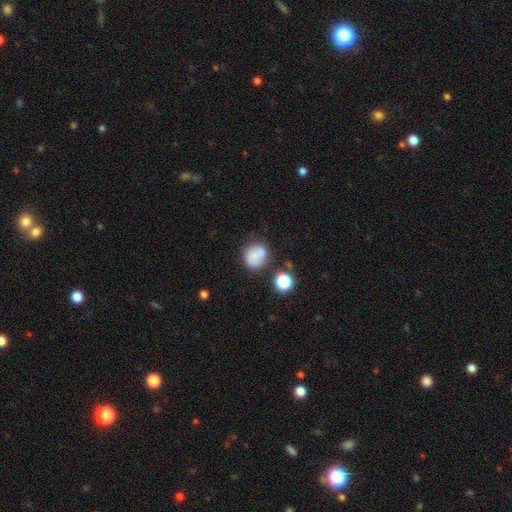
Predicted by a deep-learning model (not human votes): Morphology: type=smooth (73%); roundness=round (75%); merging=none (60%).